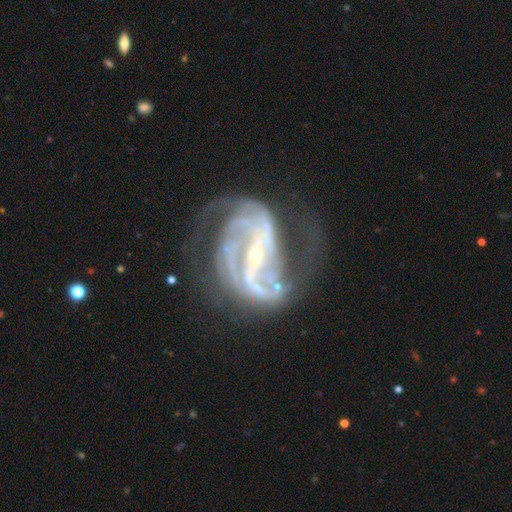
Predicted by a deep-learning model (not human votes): Smooth or featured: featured or disk — 91% (star or artifact — 6%)
Edge-on disk: no — 97% (yes — 3%)
Bar: strong — 55% (weak — 27%)
Spiral arms: yes — 96% (no — 4%)
Spiral winding: medium — 49% (loose — 27%)
Spiral arm count: 2 — 43% (3 — 23%)
Bulge size: small — 82% (moderate — 14%)
Merging: none — 45% (major disturbance — 29%)